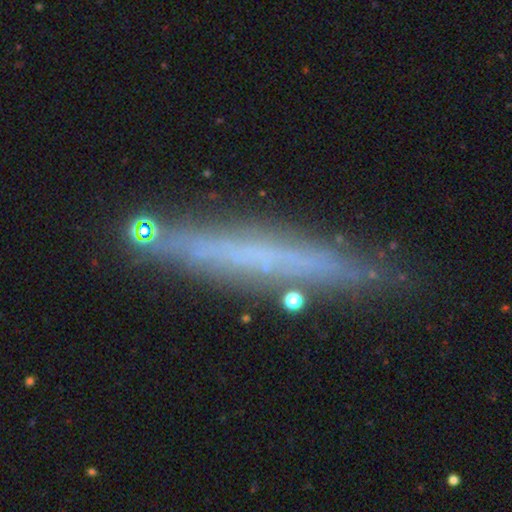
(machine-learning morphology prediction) This appears to be a featured or disk galaxy (51%) viewed edge-on (91%). Merging: none (82%).